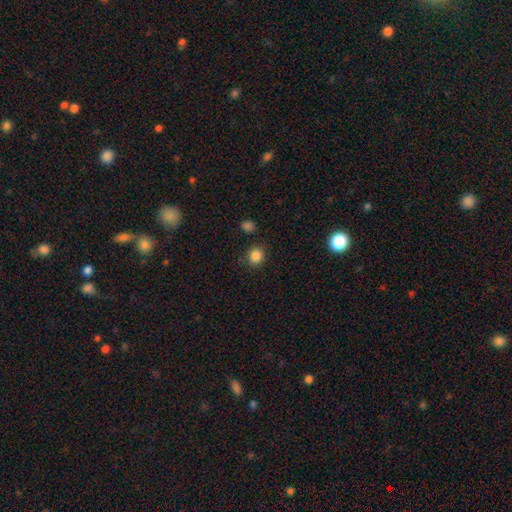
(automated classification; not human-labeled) This is clearly a smooth galaxy (85%). How rounded: clearly round (82%). Merging: clearly none (86%).